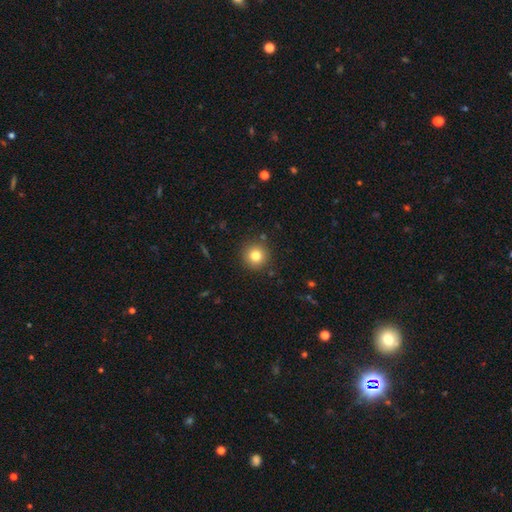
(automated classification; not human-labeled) Overall: smooth (80%). How rounded: round (95%). Merging: none (89%).